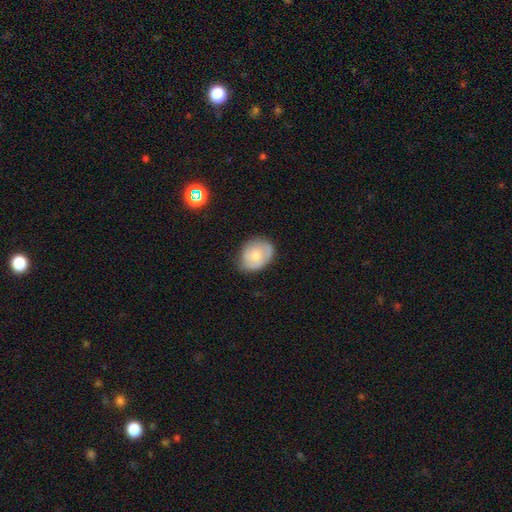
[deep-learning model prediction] This appears to be a smooth galaxy with no disk features (61%) that is in between round and cigar-shaped (54%). Merging: none (64%).